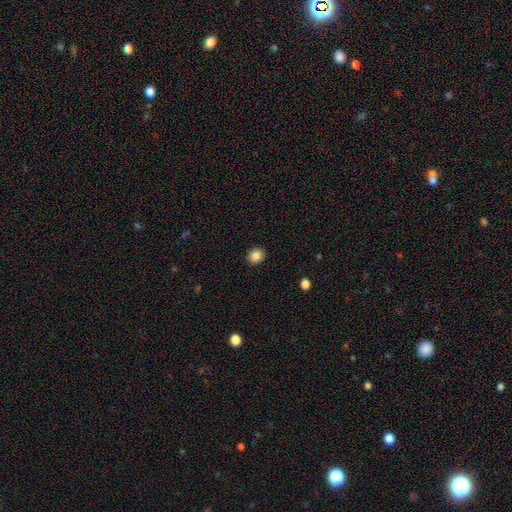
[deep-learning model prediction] smooth 85%, star or artifact 10%, featured or disk 5%. Down the decision tree: how rounded — round (67%); merging — none (91%).